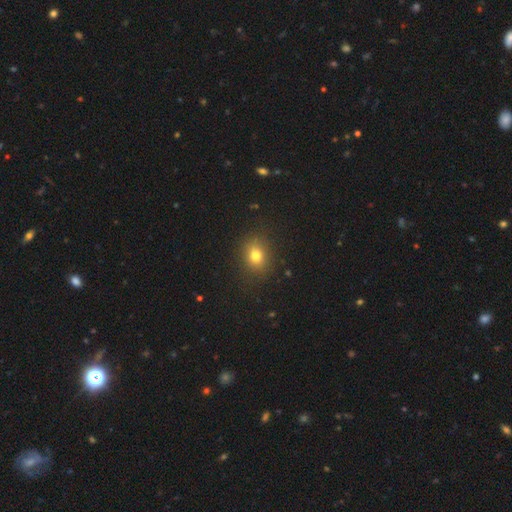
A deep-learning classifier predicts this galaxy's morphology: Smooth or featured: smooth — 78% (star or artifact — 14%)
How rounded: round — 65% (in between — 34%)
Merging: none — 88% (minor disturbance — 8%)